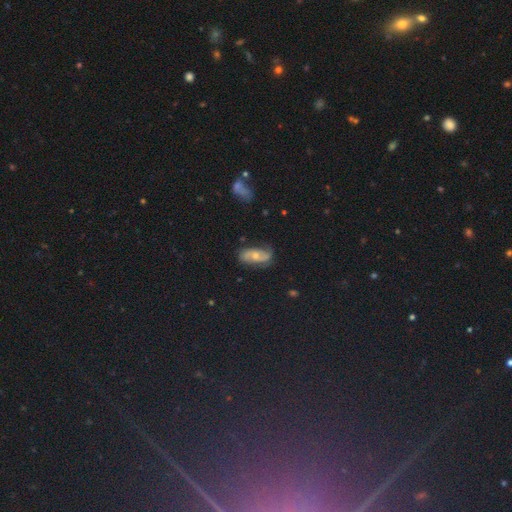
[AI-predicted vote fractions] Smooth or featured? featured or disk (64%)
Edge-on disk? no (92%)
Bar? no (63%)
Spiral arms? yes (87%)
Spiral winding? loose (40%)
Spiral arm count? 2 (86%)
Bulge size? moderate (57%)
Merging? none (71%)